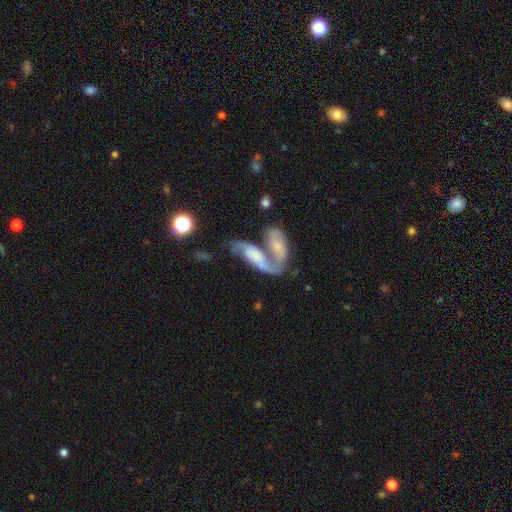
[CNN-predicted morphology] type=featured or disk (66%); edge-on=no (87%); bar=no (56%); spiral arms=yes (83%); bulge=small (31%); merging=merger (67%).